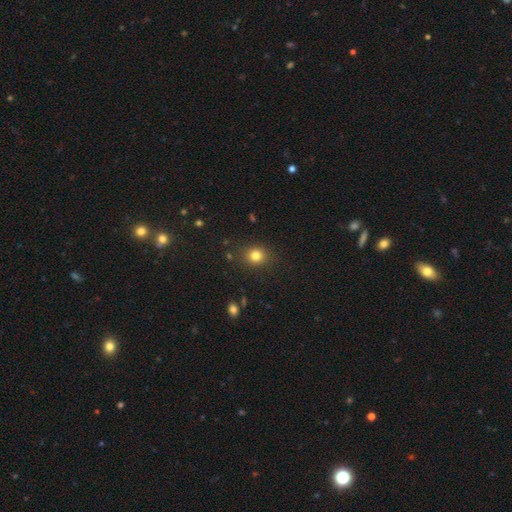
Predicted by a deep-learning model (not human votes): smooth_or_featured: smooth (p=0.81) [alt: star or artifact p=0.13]
how_rounded: round (p=0.78) [alt: in between p=0.21]
merging: none (p=0.87) [alt: minor disturbance p=0.08]